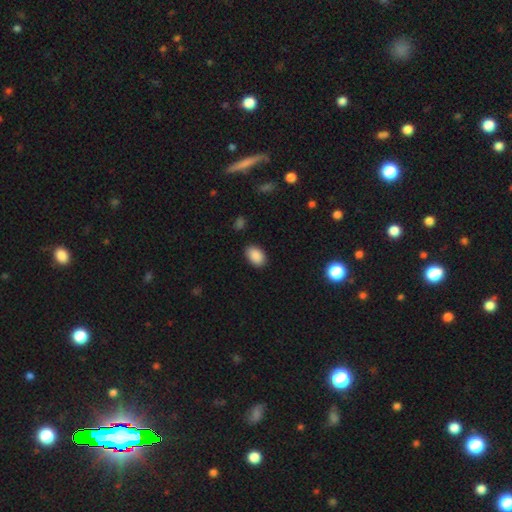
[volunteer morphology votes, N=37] smooth 92%, star or artifact 8%, featured or disk 0%. Down the decision tree: how rounded — in between (82%); merging — none (85%).